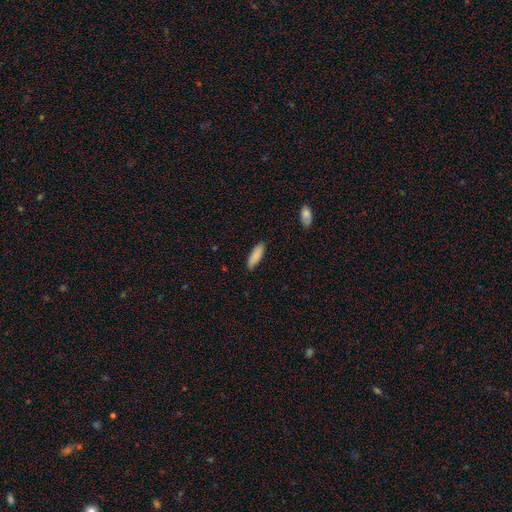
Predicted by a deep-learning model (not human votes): Morphology: type=smooth (87%); roundness=cigar-shaped (52%); merging=none (86%).